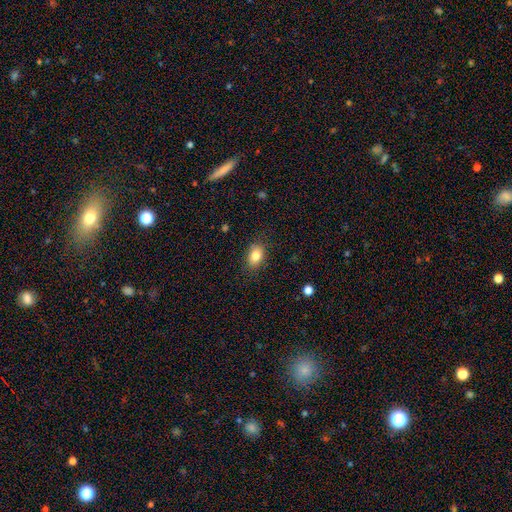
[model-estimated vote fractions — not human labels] A smooth galaxy with no disk features (84%) that is in between round and cigar-shaped (82%).

Vote fractions:
- Smooth or featured? smooth: 84% / star or artifact: 9% / featured or disk: 8%
- How rounded? in between: 82% / round: 16% / cigar-shaped: 2%
- Merging? none: 83% / minor disturbance: 13% / major disturbance: 3% / merger: 1%